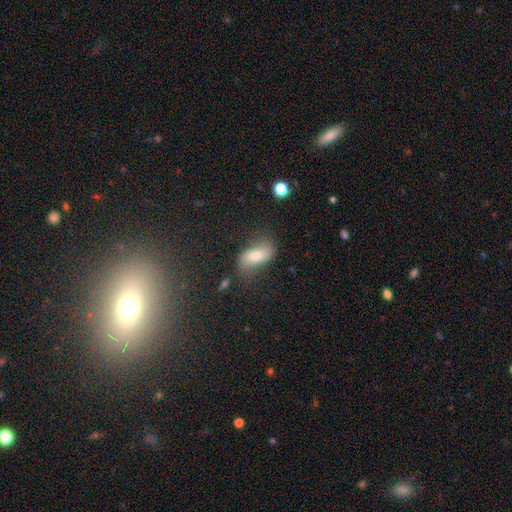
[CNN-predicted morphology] Smooth or featured? smooth (59%)
How rounded? in between (88%)
Merging? none (56%)